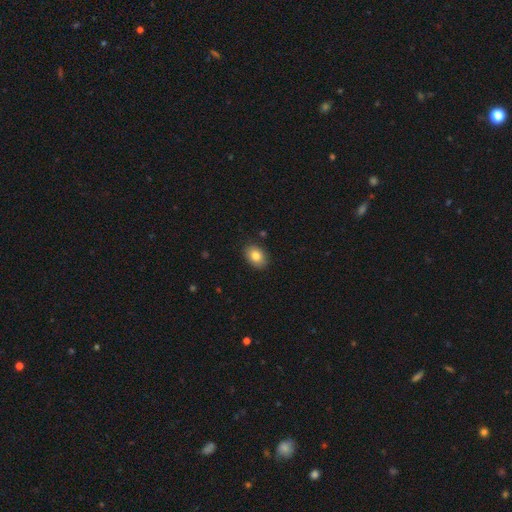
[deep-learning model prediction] This is clearly a smooth galaxy (82%). How rounded: likely in between (76%). Merging: clearly none (87%).